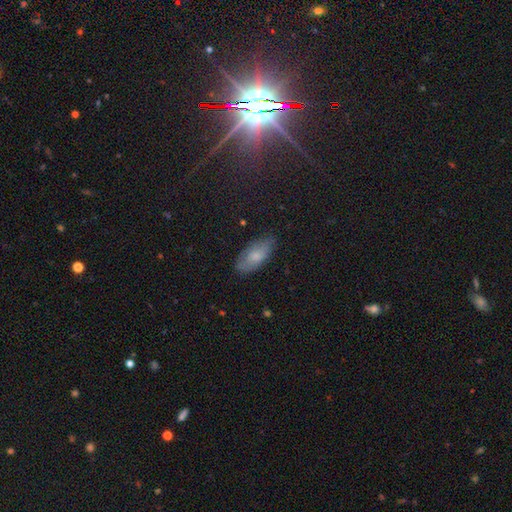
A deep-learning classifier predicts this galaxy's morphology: Smooth or featured?
  - smooth: 71% *
  - featured or disk: 20%
  - star or artifact: 9%
How rounded?
  - in between: 88% *
  - cigar-shaped: 10%
  - round: 3%
Merging?
  - none: 75% *
  - minor disturbance: 20%
  - major disturbance: 4%
  - merger: 1%